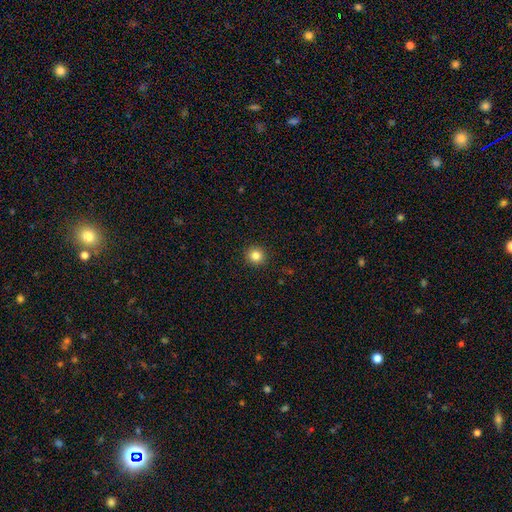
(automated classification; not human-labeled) Smooth or featured?
  - smooth: 84% *
  - star or artifact: 11%
  - featured or disk: 5%
How rounded?
  - round: 93% *
  - in between: 6%
  - cigar-shaped: 1%
Merging?
  - none: 92% *
  - minor disturbance: 5%
  - major disturbance: 2%
  - merger: 1%